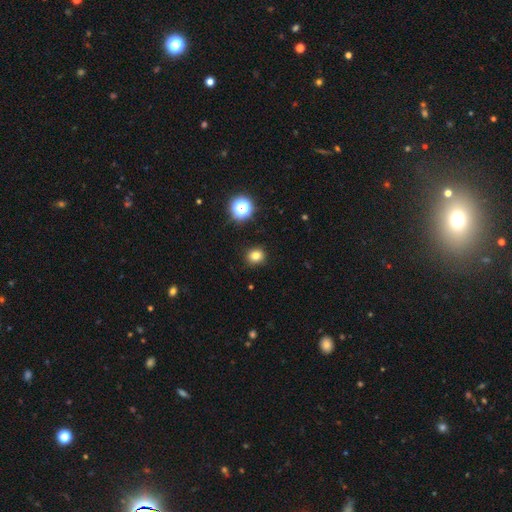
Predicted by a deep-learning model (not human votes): smooth_or_featured: smooth (p=0.79) [alt: star or artifact p=0.15]
how_rounded: round (p=0.85) [alt: in between p=0.14]
merging: none (p=0.90) [alt: minor disturbance p=0.06]